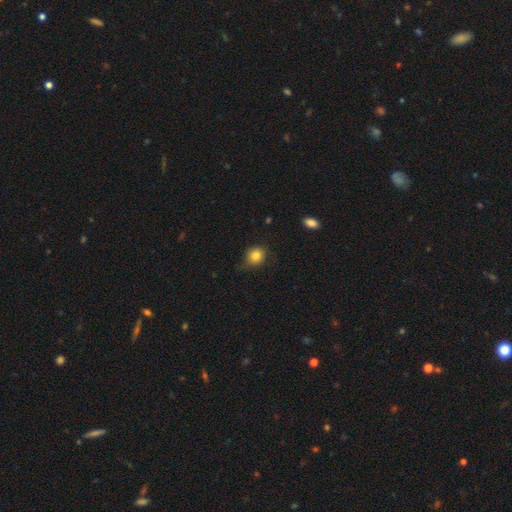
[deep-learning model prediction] Smooth or featured? smooth (84%)
How rounded? round (83%)
Merging? none (73%)